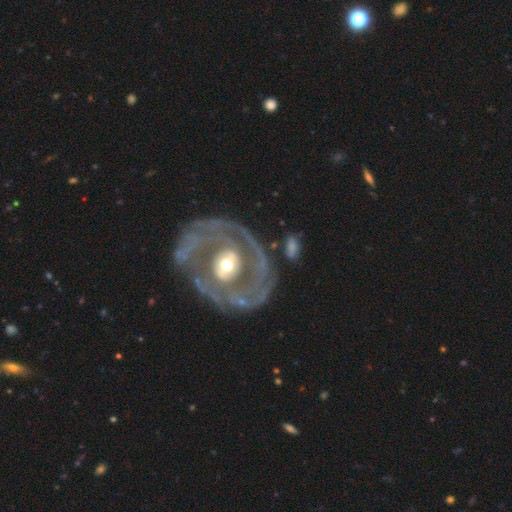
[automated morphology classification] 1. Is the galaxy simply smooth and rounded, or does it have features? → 86% featured or disk, 9% smooth, 5% star or artifact.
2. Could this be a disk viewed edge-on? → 96% no, 4% yes.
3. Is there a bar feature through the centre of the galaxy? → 60% no, 25% weak, 16% strong.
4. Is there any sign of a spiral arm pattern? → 77% yes, 23% no.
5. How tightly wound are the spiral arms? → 62% tight, 28% medium, 9% loose.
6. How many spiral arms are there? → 46% 2, 24% can't tell, 12% 3, 9% 1, 5% 4, 5% more than 4.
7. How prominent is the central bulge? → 57% moderate, 34% small, 6% large, 1% dominant, 1% none.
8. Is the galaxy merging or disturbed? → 68% none, 18% minor disturbance, 11% major disturbance, 4% merger.